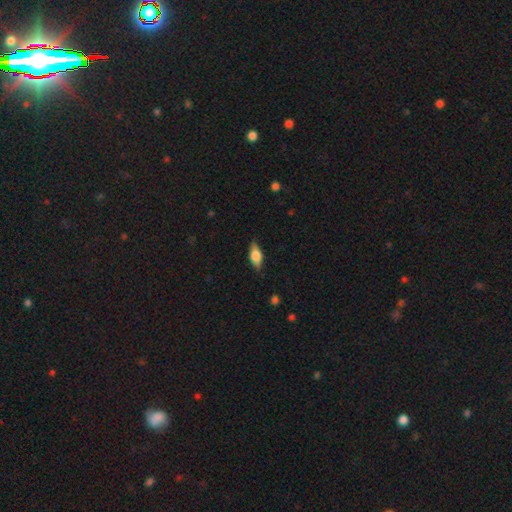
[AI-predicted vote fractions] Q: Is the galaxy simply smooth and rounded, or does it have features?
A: smooth — 58%.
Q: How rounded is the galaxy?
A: in between — 76%.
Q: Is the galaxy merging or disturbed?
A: none — 83%.